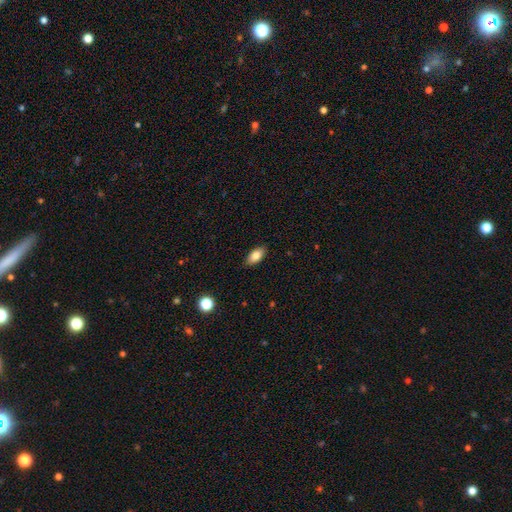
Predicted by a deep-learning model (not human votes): This is clearly a smooth galaxy (83%). How rounded: clearly in between (90%). Merging: clearly none (88%).